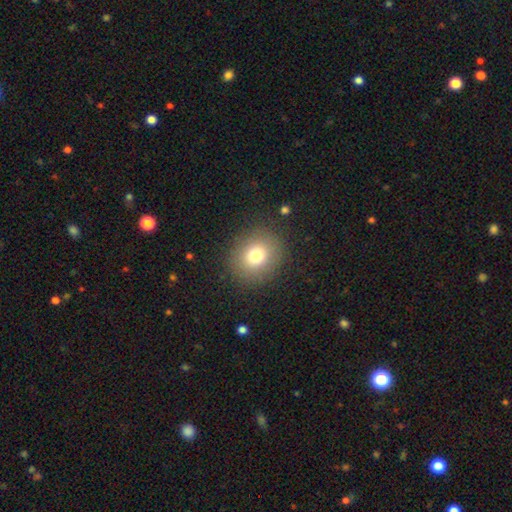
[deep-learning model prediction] This is likely a smooth galaxy (76%). How rounded: likely round (76%). Merging: clearly none (87%).